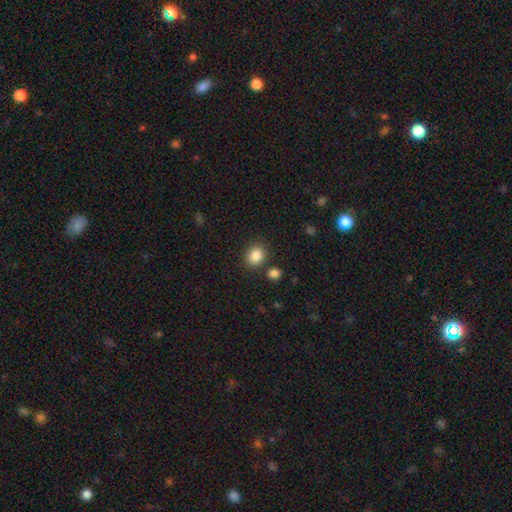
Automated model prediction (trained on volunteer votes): A smooth galaxy with no disk features (86%) that is round (54%). Merging: none (81%).